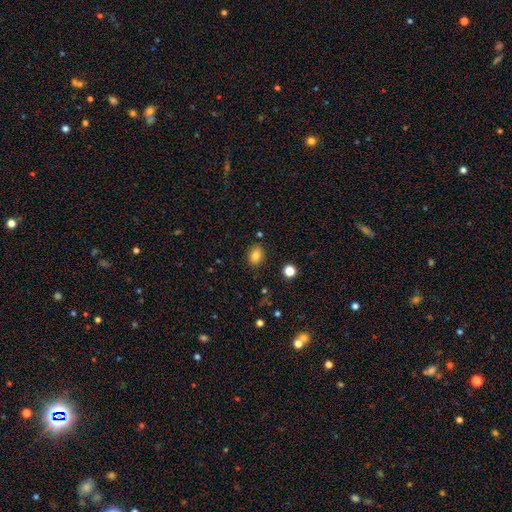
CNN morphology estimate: The model was most divided on "how rounded": round: 50%, in between: 49%, cigar-shaped: 1%. More confident: merging — none (86%); smooth or featured — smooth (82%).